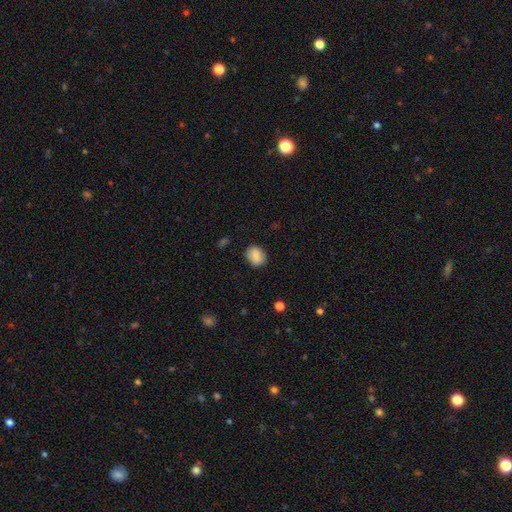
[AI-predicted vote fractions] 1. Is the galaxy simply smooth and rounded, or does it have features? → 87% smooth, 8% star or artifact, 6% featured or disk.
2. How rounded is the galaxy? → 53% in between, 46% round, 1% cigar-shaped.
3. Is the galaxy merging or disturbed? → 84% none, 12% minor disturbance, 3% major disturbance, 1% merger.